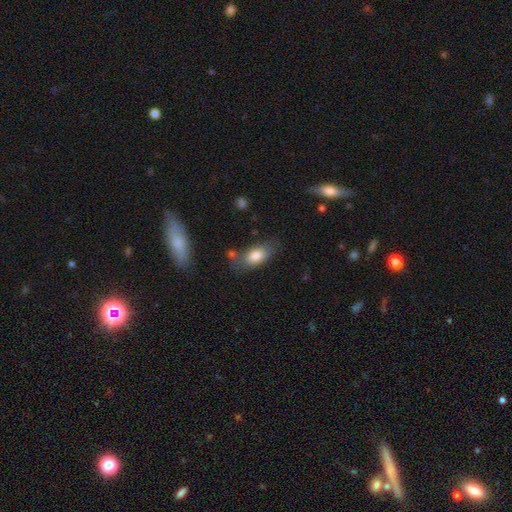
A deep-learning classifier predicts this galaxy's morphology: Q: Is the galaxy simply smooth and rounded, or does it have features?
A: smooth — 81%.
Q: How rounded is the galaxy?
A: in between — 89%.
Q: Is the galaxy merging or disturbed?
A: none — 62%.